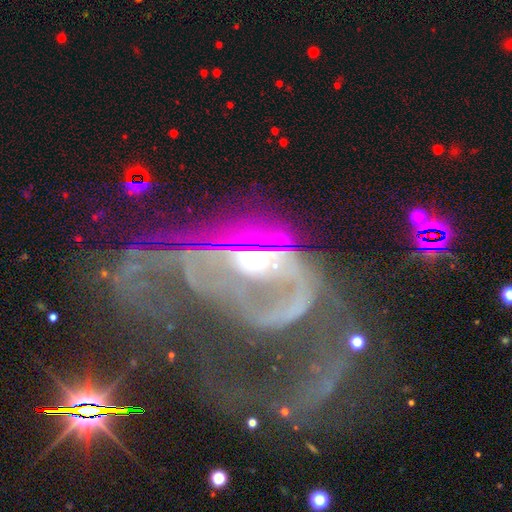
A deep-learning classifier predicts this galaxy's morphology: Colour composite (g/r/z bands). It shows a featured or disk galaxy (75%) with no bar (51%), spiral arms (63%) and a moderate central bulge (60%). Merging: major disturbance (53%).